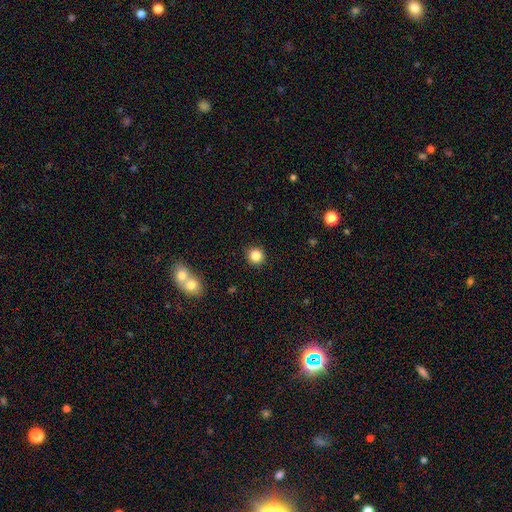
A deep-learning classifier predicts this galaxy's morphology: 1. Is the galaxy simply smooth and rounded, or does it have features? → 85% smooth, 11% star or artifact, 4% featured or disk.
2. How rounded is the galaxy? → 93% round, 6% in between, 1% cigar-shaped.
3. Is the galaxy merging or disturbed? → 89% none, 6% minor disturbance, 2% major disturbance, 2% merger.